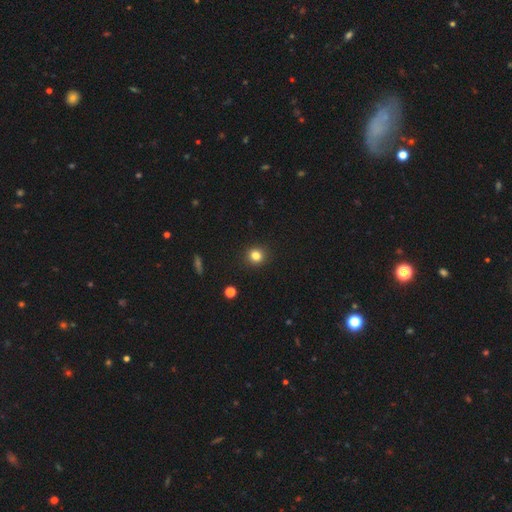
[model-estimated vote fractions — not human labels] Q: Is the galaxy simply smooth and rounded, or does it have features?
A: smooth — 82%.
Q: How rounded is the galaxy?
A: round — 88%.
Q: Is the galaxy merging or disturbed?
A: none — 92%.